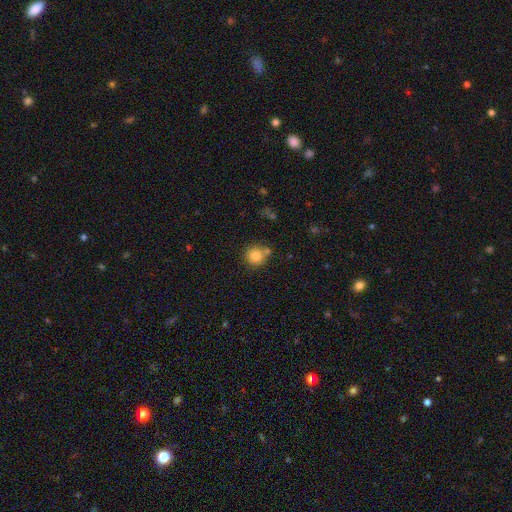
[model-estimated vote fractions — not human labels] smooth 83%, star or artifact 10%, featured or disk 7%. Down the decision tree: how rounded — round (93%); merging — none (68%).